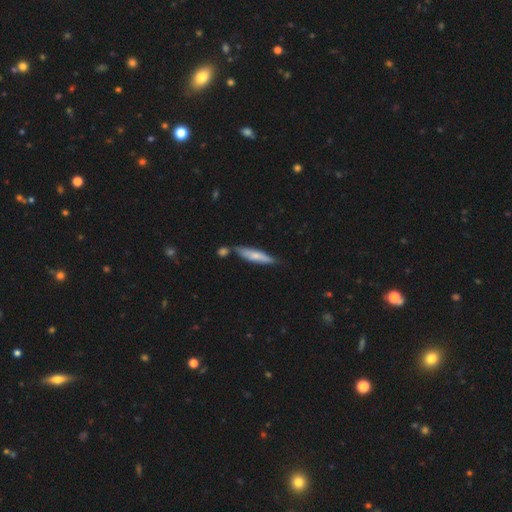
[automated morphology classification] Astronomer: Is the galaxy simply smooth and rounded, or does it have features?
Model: smooth — 62%.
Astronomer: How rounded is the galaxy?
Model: cigar-shaped — 79%.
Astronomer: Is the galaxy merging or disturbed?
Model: none — 63%.